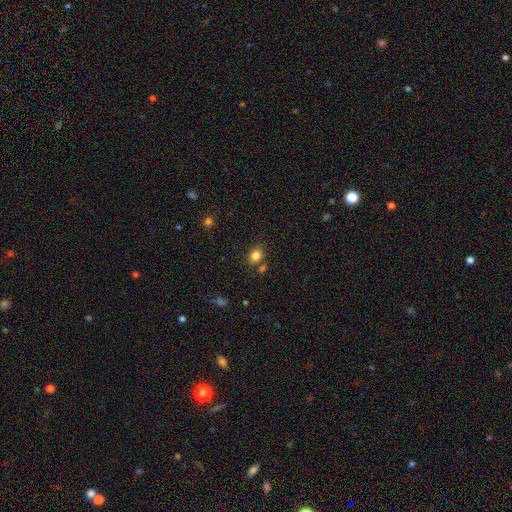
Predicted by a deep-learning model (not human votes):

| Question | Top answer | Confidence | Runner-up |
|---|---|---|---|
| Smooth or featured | smooth | 82% | star or artifact (12%) |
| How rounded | round | 60% | in between (39%) |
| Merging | none | 74% | merger (11%) |